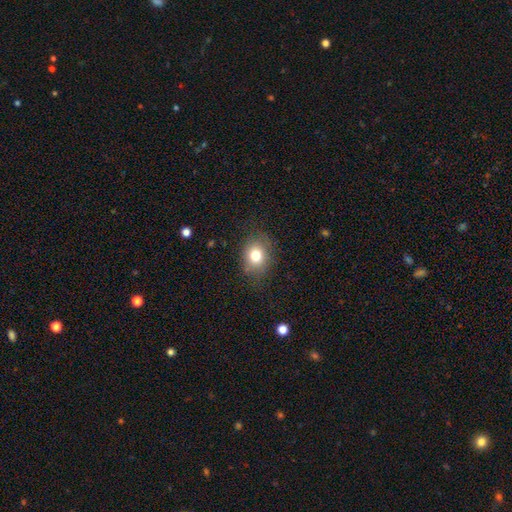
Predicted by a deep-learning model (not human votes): A smooth galaxy with no disk features (77%) that is round (54%).

Vote fractions:
- Smooth or featured? smooth: 77% / star or artifact: 12% / featured or disk: 11%
- How rounded? round: 54% / in between: 45% / cigar-shaped: 1%
- Merging? none: 80% / minor disturbance: 14% / major disturbance: 5% / merger: 1%